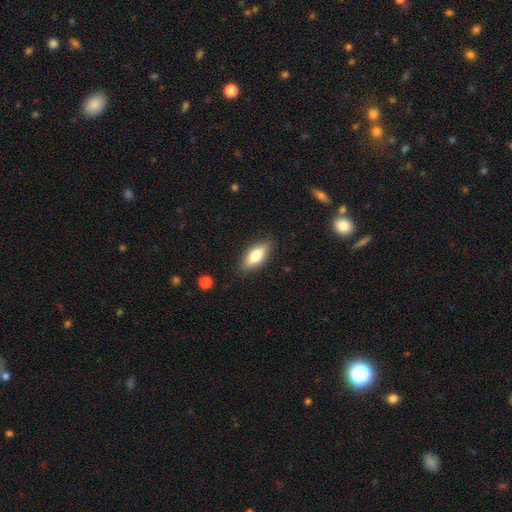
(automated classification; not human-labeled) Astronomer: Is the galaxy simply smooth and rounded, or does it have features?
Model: smooth — 67%.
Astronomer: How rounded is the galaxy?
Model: in between — 73%.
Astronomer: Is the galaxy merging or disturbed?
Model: none — 86%.